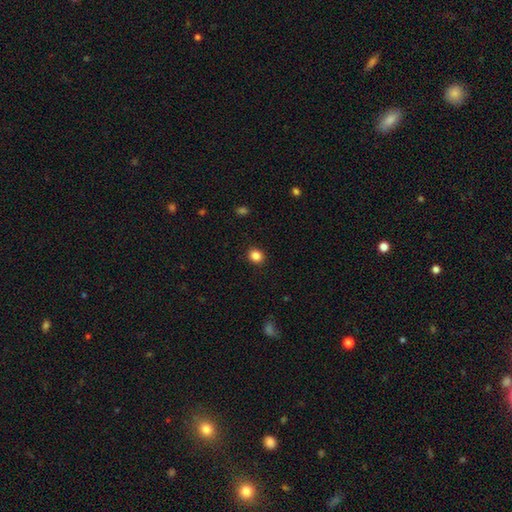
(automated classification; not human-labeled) Smooth or featured?
  - smooth: 86% *
  - star or artifact: 10%
  - featured or disk: 4%
How rounded?
  - round: 74% *
  - in between: 25%
  - cigar-shaped: 1%
Merging?
  - none: 91% *
  - minor disturbance: 6%
  - major disturbance: 2%
  - merger: 1%